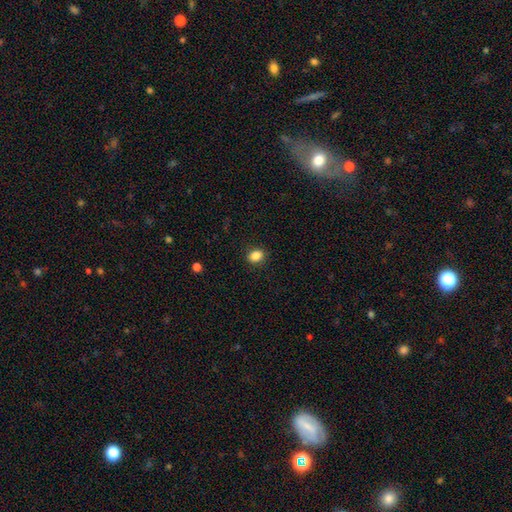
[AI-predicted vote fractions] Smooth or featured? Predicted: smooth (p=0.86). How rounded? Predicted: in between (p=0.56). Merging? Predicted: none (p=0.89).